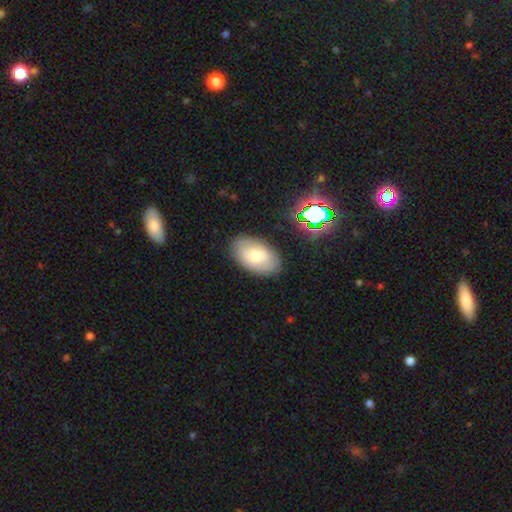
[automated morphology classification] type=smooth (57%); roundness=in between (92%); merging=none (84%).